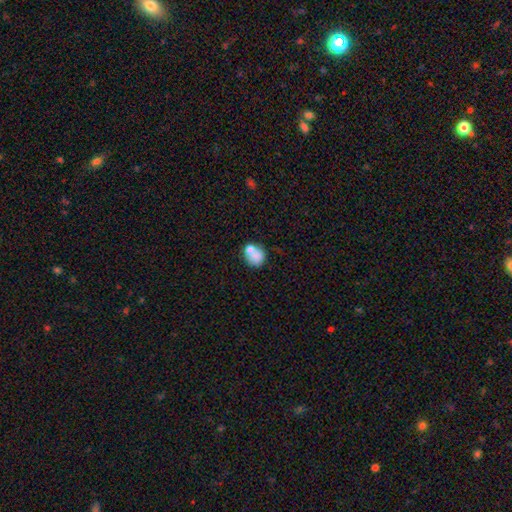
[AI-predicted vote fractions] Morphology: type=smooth (78%); roundness=round (63%); merging=none (52%).